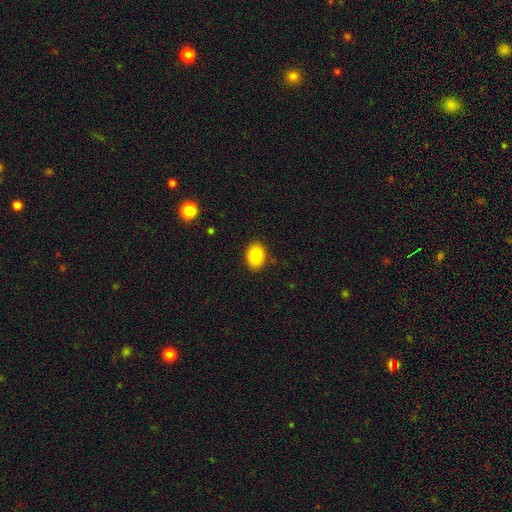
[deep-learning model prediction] The model was most divided on "how rounded": in between: 71%, round: 28%, cigar-shaped: 1%. More confident: merging — none (87%); smooth or featured — smooth (86%).